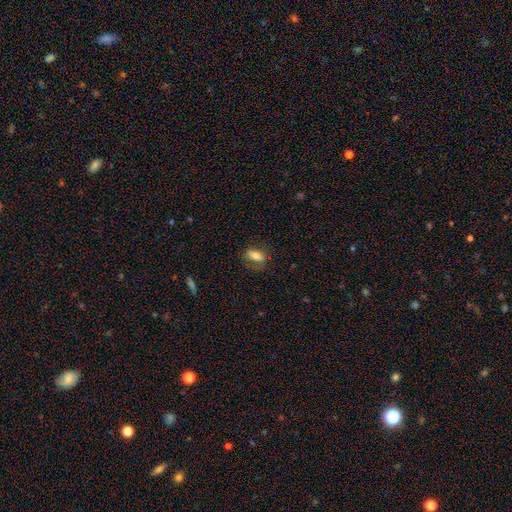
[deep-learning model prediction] This is likely a smooth galaxy (75%). How rounded: likely in between (75%). Merging: likely none (71%).